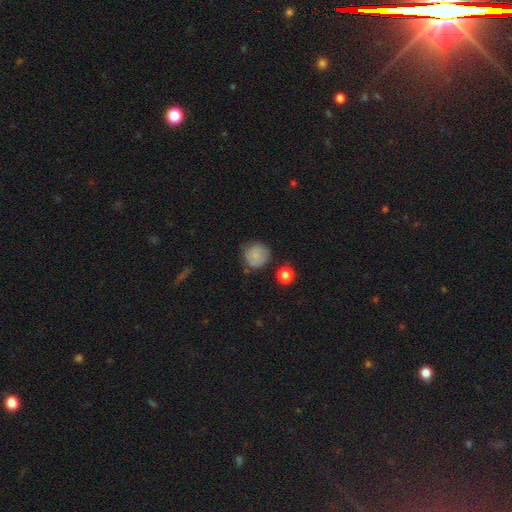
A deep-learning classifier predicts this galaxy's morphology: type=smooth (82%); roundness=round (91%); merging=none (73%).